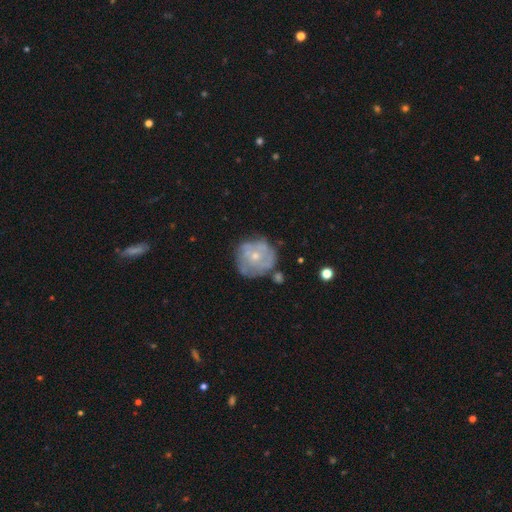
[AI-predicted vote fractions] This is likely a featured or disk galaxy (61%). It is clearly not viewed edge-on (97%). Bar: clearly no (85%). Spiral arm pattern: possibly yes (50%, tied with no). Central bulge: possibly small (58%). Merging: likely none (63%).